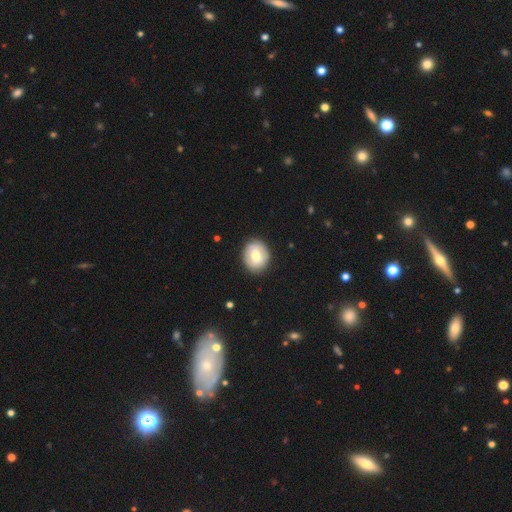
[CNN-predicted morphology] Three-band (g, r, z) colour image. It shows a smooth galaxy with no disk features (59%) that is round (69%). Merging: none (86%).